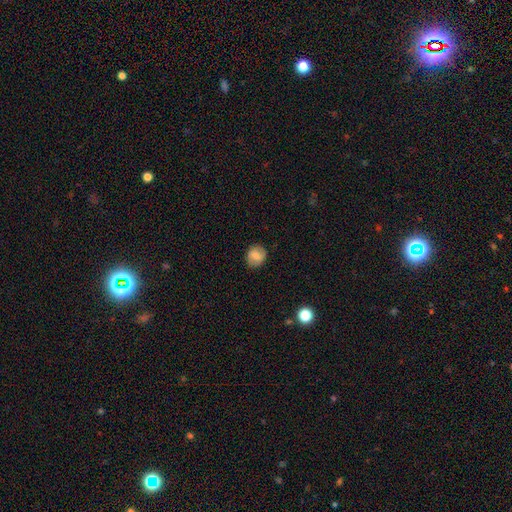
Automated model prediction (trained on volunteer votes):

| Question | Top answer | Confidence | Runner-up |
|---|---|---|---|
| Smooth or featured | smooth | 71% | featured or disk (20%) |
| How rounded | round | 77% | in between (22%) |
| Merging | none | 85% | minor disturbance (11%) |